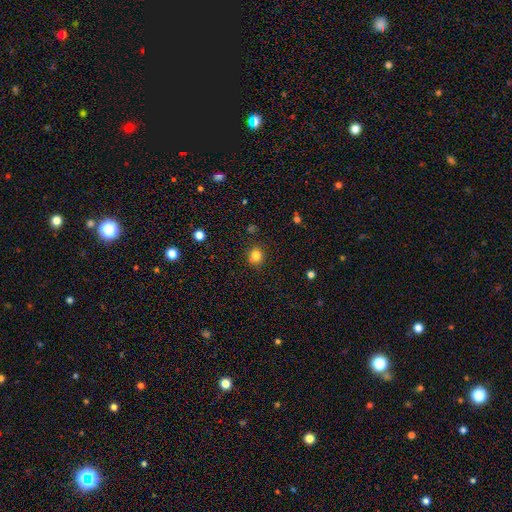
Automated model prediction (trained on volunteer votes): A smooth galaxy with no disk features (81%) that is round (84%). Merging: none (87%).